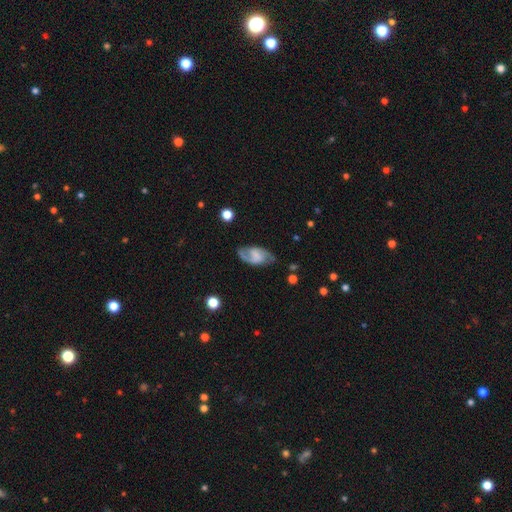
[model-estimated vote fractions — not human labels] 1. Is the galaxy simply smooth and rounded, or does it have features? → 74% featured or disk, 19% smooth, 7% star or artifact.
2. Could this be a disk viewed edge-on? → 96% no, 4% yes.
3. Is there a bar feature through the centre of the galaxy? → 47% weak, 34% no, 19% strong.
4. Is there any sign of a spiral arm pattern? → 93% yes, 7% no.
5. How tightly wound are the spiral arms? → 49% medium, 29% loose, 22% tight.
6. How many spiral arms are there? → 85% 2, 6% can't tell, 6% 1, 1% 3, 1% 4, 1% more than 4.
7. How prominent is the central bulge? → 49% none, 23% small, 17% moderate, 9% large, 2% dominant.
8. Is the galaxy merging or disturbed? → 73% none, 18% minor disturbance, 8% major disturbance, 2% merger.